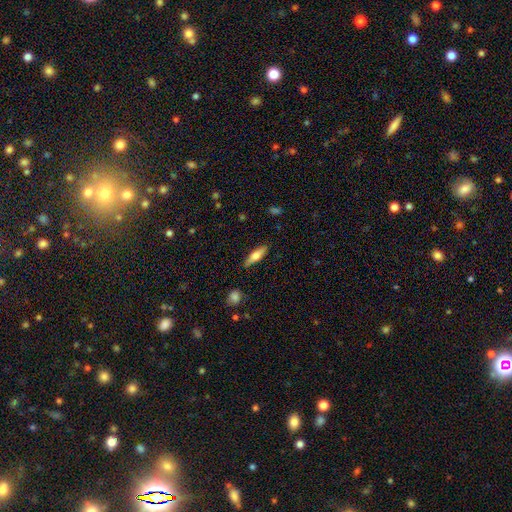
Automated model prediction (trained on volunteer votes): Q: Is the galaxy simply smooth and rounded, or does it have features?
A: smooth — 62%.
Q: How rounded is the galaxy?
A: cigar-shaped — 58%.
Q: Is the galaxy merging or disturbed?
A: none — 85%.